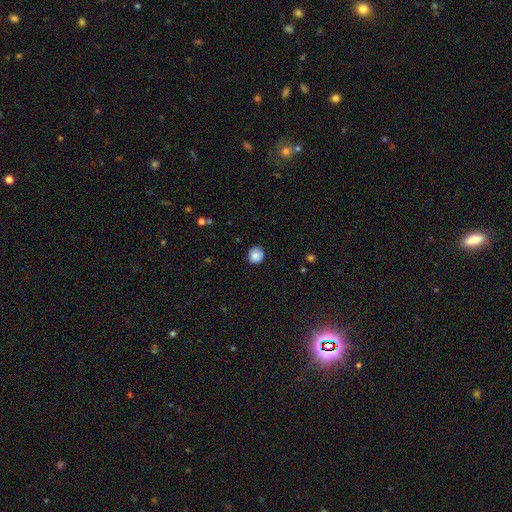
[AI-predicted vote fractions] Smooth or featured? Predicted: smooth (p=0.86). How rounded? Predicted: round (p=0.87). Merging? Predicted: none (p=0.81).